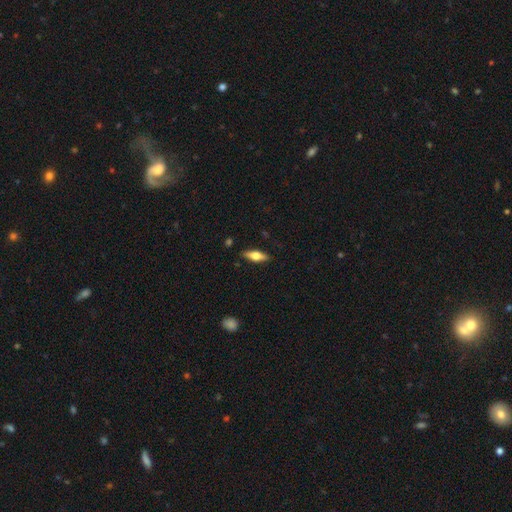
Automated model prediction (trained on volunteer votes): A smooth galaxy with no disk features (50%). Merging: none (87%).